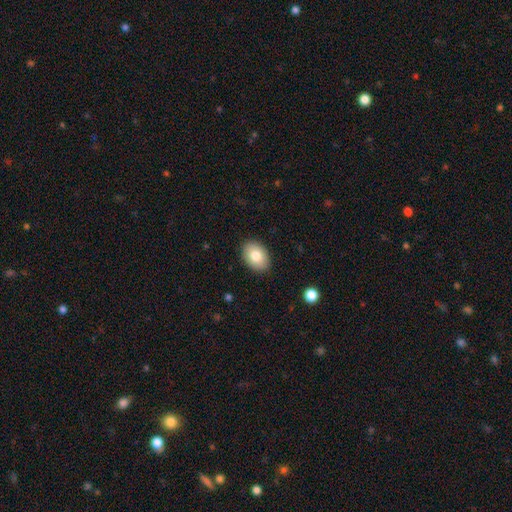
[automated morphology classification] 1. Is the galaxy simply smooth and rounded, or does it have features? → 82% smooth, 12% featured or disk, 7% star or artifact.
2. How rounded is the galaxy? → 83% in between, 16% round, 1% cigar-shaped.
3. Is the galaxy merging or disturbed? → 88% none, 9% minor disturbance, 2% major disturbance, 1% merger.